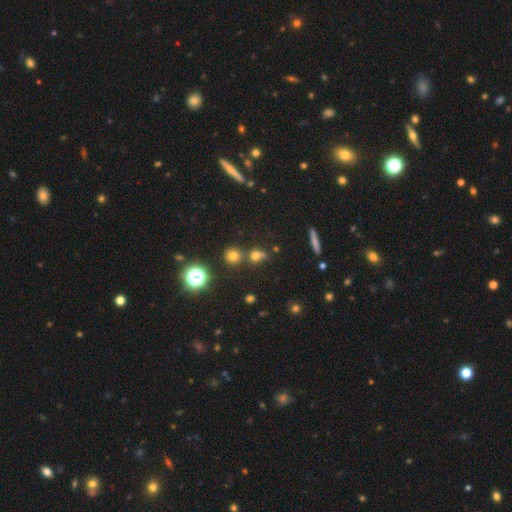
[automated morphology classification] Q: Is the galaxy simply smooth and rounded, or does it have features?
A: smooth — 63%.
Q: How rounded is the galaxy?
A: round — 74%.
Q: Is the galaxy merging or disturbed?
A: none — 52%.